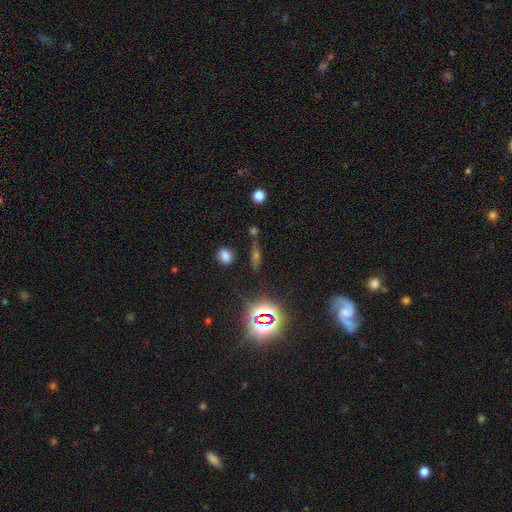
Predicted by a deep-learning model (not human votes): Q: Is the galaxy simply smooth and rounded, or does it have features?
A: star or artifact — 41%.